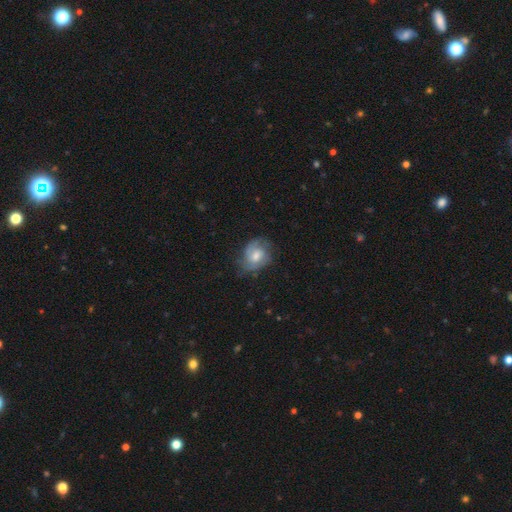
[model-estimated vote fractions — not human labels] smooth-or-featured: featured or disk: 54% | smooth: 38% | star or artifact: 7%
  disk-edge-on: no: 97% | yes: 3%
    bar: no: 48% | weak: 44% | strong: 8%
    has-spiral-arms: yes: 83% | no: 17%
    bulge-size: moderate: 57% | small: 25% | large: 11% | none: 5% | dominant: 1%
  merging: none: 57% | minor disturbance: 28% | major disturbance: 14% | merger: 1%